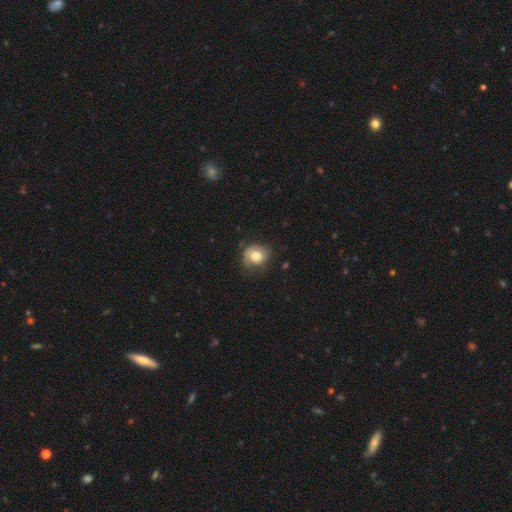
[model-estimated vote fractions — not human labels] smooth 74%, featured or disk 17%, star or artifact 8%. Down the decision tree: how rounded — round (66%); merging — none (58%).